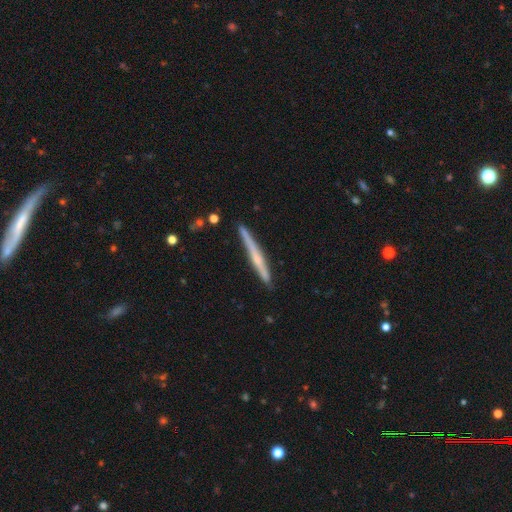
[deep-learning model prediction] smooth-or-featured: featured or disk: 63% | smooth: 31% | star or artifact: 6%
  disk-edge-on: yes: 97% | no: 3%
    edge-on-bulge: rounded: 51% | none: 41% | boxy: 7%
  merging: none: 85% | minor disturbance: 11% | merger: 2% | major disturbance: 2%